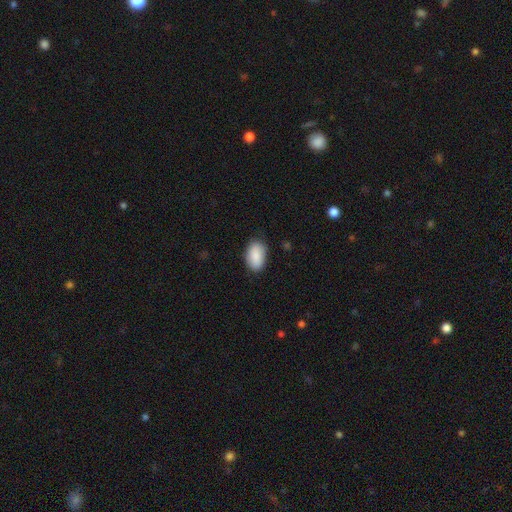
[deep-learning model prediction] Smooth or featured?
  - smooth: 89% *
  - star or artifact: 6%
  - featured or disk: 5%
How rounded?
  - in between: 93% *
  - round: 6%
  - cigar-shaped: 1%
Merging?
  - none: 82% *
  - minor disturbance: 14%
  - major disturbance: 3%
  - merger: 1%